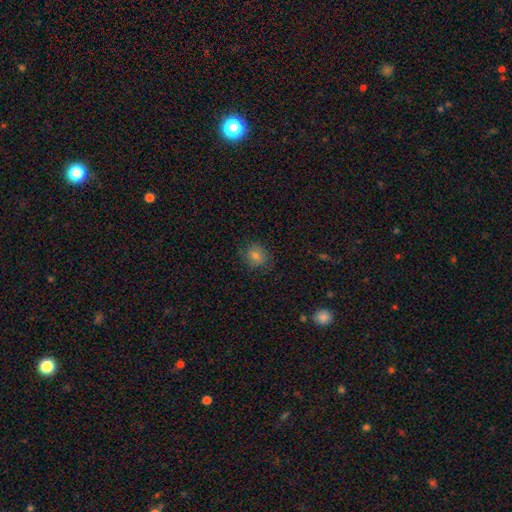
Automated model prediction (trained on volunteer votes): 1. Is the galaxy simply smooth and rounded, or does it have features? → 71% smooth, 15% star or artifact, 14% featured or disk.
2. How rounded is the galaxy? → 77% round, 22% in between, 1% cigar-shaped.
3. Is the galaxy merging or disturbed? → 80% none, 14% minor disturbance, 4% major disturbance, 1% merger.